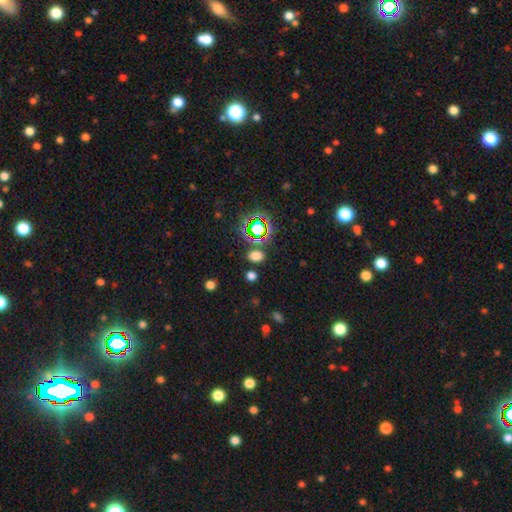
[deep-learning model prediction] Smooth or featured? smooth (65%)
How rounded? in between (71%)
Merging? none (81%)